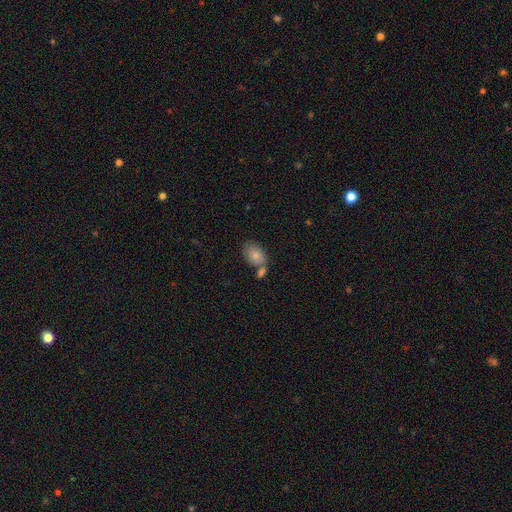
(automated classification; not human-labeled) This appears to be a smooth galaxy with no disk features (83%) that is in between round and cigar-shaped (85%). Merging: none (52%).